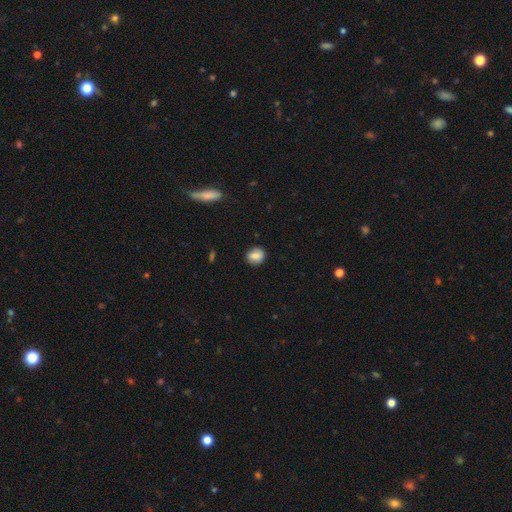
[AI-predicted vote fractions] Smooth or featured?
  - smooth: 80% *
  - featured or disk: 11%
  - star or artifact: 9%
How rounded?
  - round: 69% *
  - in between: 30%
  - cigar-shaped: 1%
Merging?
  - none: 86% *
  - minor disturbance: 11%
  - major disturbance: 3%
  - merger: 1%